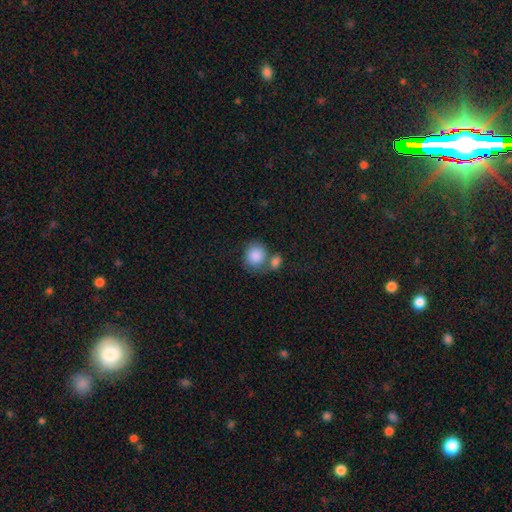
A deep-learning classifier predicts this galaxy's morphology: smooth_or_featured: smooth (p=0.86) [alt: star or artifact p=0.07]
how_rounded: round (p=0.80) [alt: in between p=0.19]
merging: none (p=0.42) [alt: merger p=0.38]